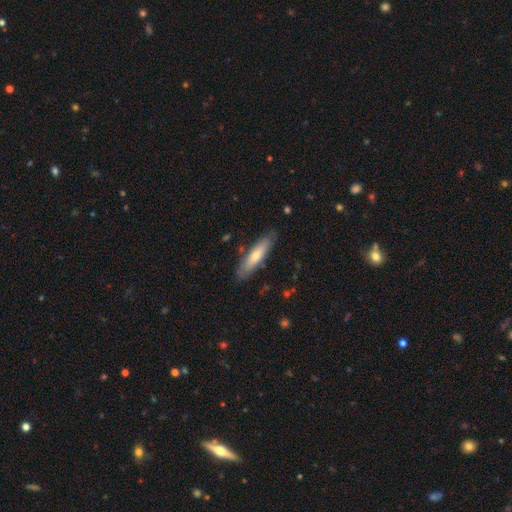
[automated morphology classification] Overall: smooth (58%; featured or disk 36%). How rounded: cigar-shaped (77%). Merging: none (85%).